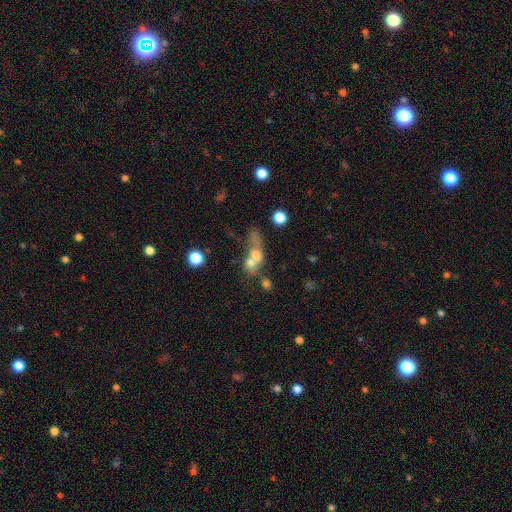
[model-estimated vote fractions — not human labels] Smooth or featured?
  - smooth: 56% *
  - featured or disk: 27%
  - star or artifact: 16%
How rounded?
  - round: 45% *
  - in between: 39%
  - cigar-shaped: 16%
Merging?
  - merger: 60% *
  - none: 19%
  - major disturbance: 14%
  - minor disturbance: 8%